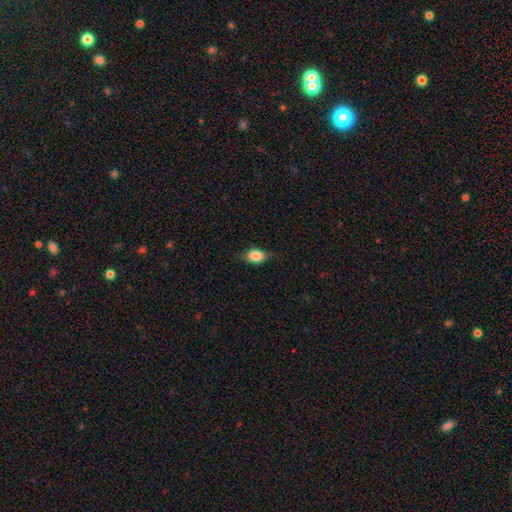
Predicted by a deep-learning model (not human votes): This appears to be a smooth galaxy with no disk features (76%) that is in between round and cigar-shaped (70%). Merging: none (68%).